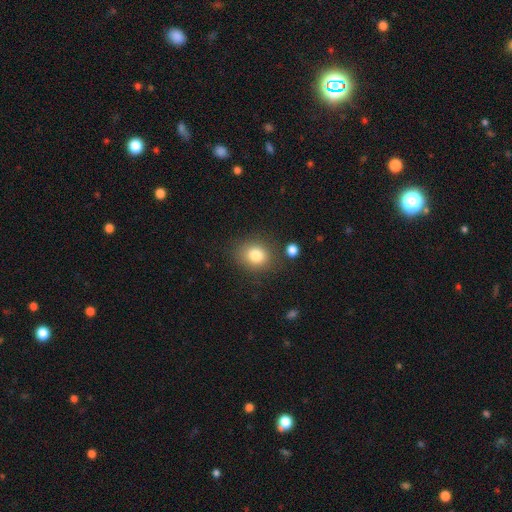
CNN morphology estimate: type=smooth (81%); roundness=round (66%); merging=none (80%).